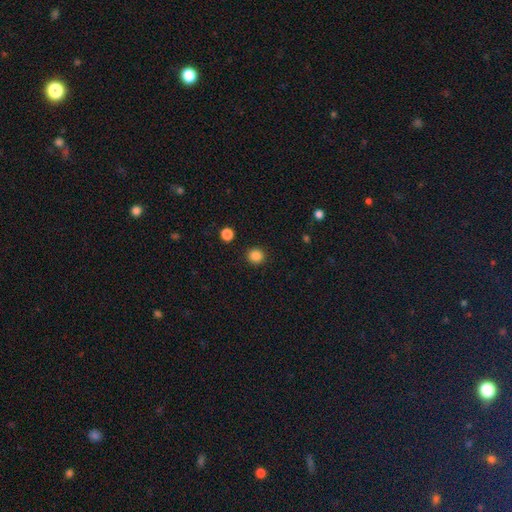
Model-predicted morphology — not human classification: smooth_or_featured: smooth (p=0.86) [alt: star or artifact p=0.11]
how_rounded: round (p=0.93) [alt: in between p=0.06]
merging: none (p=0.92) [alt: minor disturbance p=0.05]